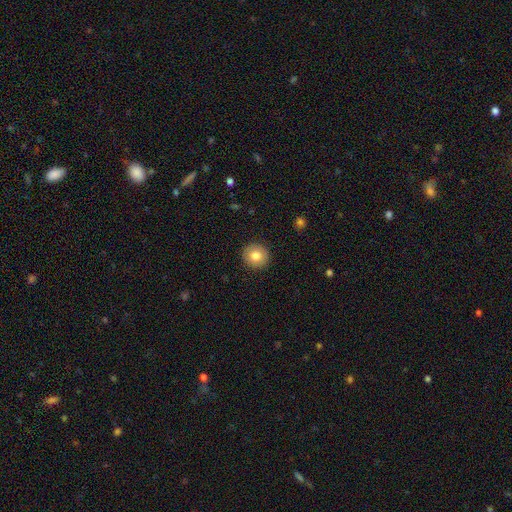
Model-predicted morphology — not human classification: The model was most divided on "smooth or featured": smooth: 81%, featured or disk: 10%, star or artifact: 9%. More confident: how rounded — round (93%); merging — none (92%).